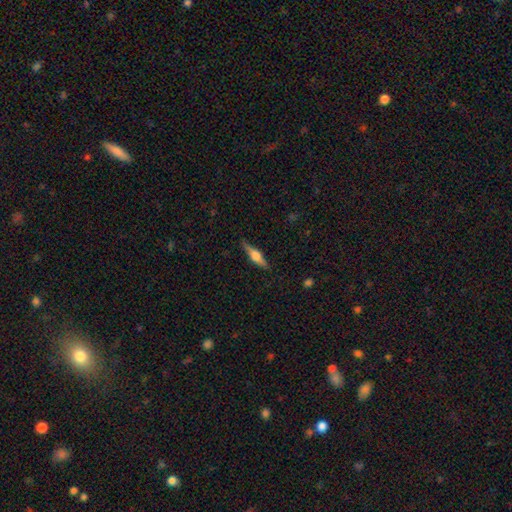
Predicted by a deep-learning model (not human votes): smooth-or-featured: featured or disk: 64% | smooth: 30% | star or artifact: 6%
  disk-edge-on: yes: 97% | no: 3%
    edge-on-bulge: rounded: 90% | boxy: 8% | none: 2%
  merging: none: 86% | minor disturbance: 10% | major disturbance: 2% | merger: 1%